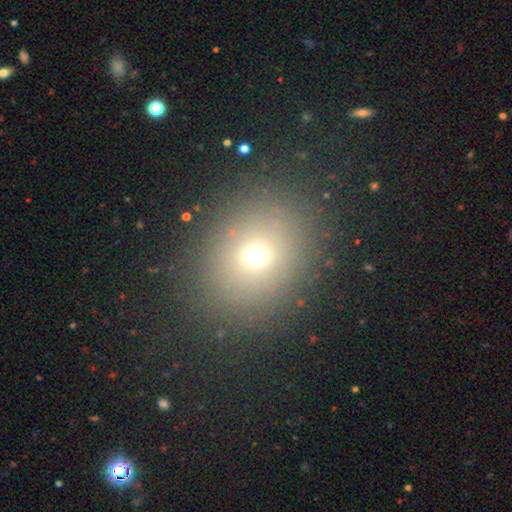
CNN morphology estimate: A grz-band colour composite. It shows a smooth galaxy with no disk features (66%) that is round (62%). Merging: none (87%).